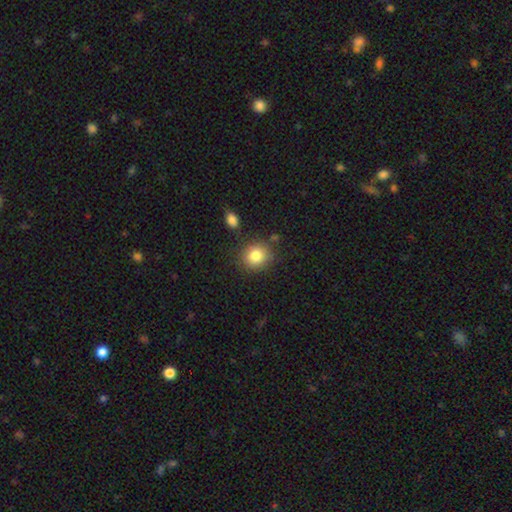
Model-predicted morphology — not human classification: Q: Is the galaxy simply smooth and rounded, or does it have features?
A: smooth — 83%.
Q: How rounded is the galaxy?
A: round — 81%.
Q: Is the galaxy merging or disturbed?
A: none — 82%.